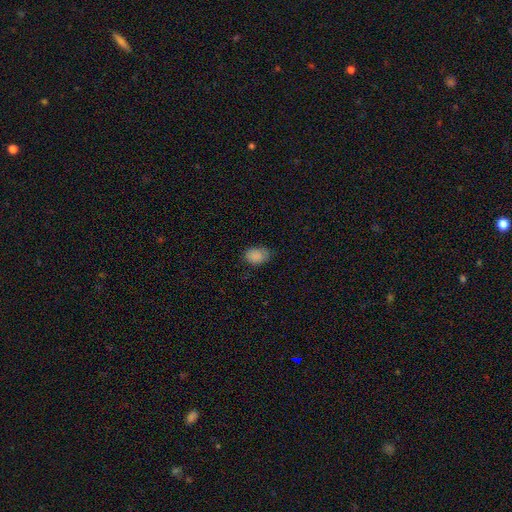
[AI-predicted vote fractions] smooth_or_featured: smooth (p=0.87) [alt: star or artifact p=0.09]
how_rounded: in between (p=0.75) [alt: round p=0.24]
merging: none (p=0.69) [alt: minor disturbance p=0.25]